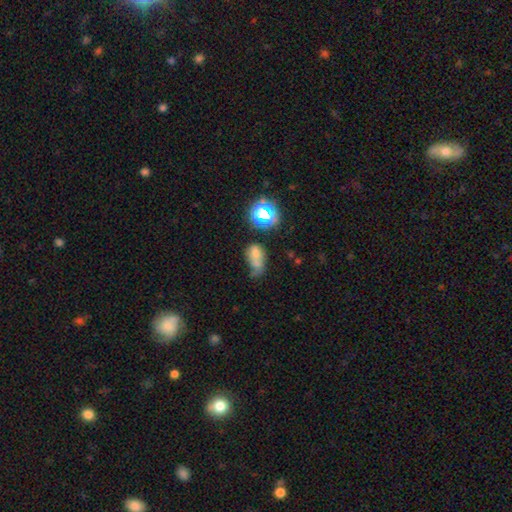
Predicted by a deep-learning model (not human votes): This appears to be a smooth galaxy with no disk features (59%) that is in between round and cigar-shaped (77%). Merging: merger (31%).